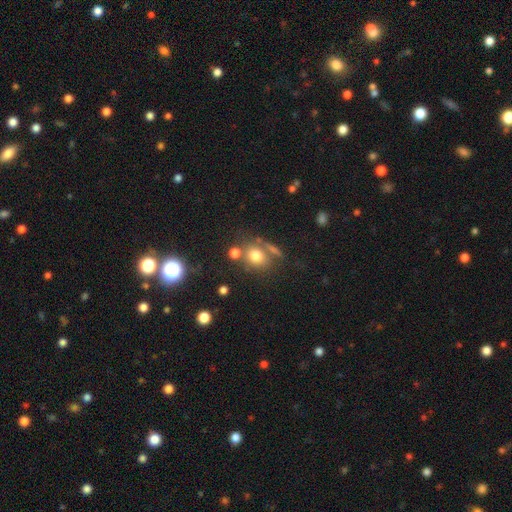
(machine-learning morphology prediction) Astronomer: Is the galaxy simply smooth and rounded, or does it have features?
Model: smooth — 73%.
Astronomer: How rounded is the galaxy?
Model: round — 69%.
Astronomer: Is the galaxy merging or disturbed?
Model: none — 60%.